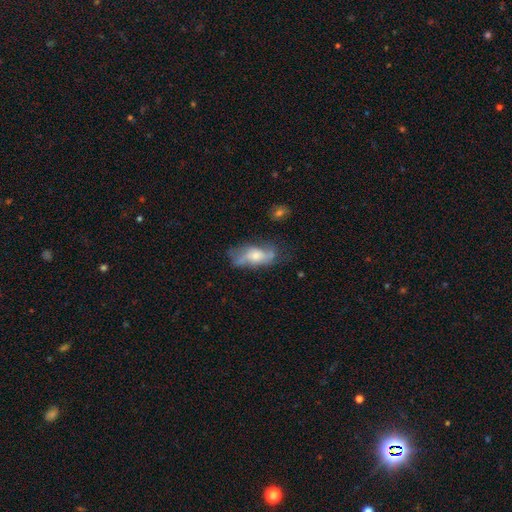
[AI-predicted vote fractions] Smooth or featured?
  - featured or disk: 52% *
  - smooth: 40%
  - star or artifact: 8%
Edge-on disk?
  - no: 86% *
  - yes: 14%
Merging?
  - none: 46% *
  - minor disturbance: 29%
  - major disturbance: 20%
  - merger: 5%